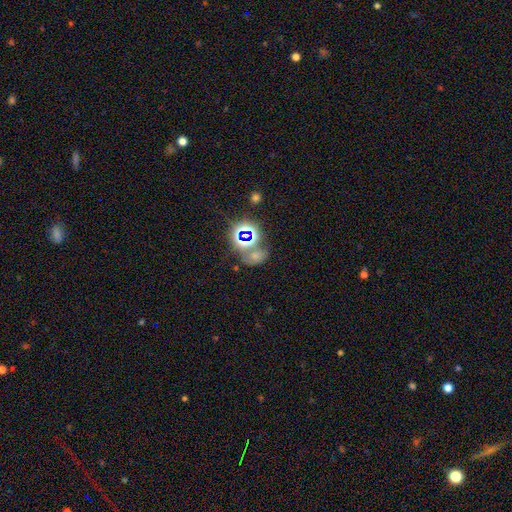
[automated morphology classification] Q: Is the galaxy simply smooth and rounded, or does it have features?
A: star or artifact — 47%.